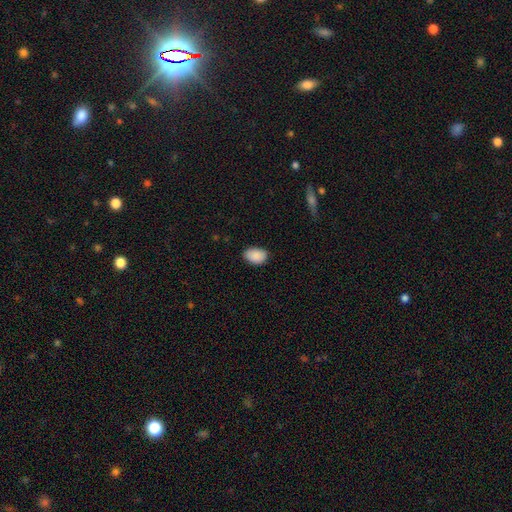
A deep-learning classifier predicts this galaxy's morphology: type=smooth (90%); roundness=in between (85%); merging=none (82%).